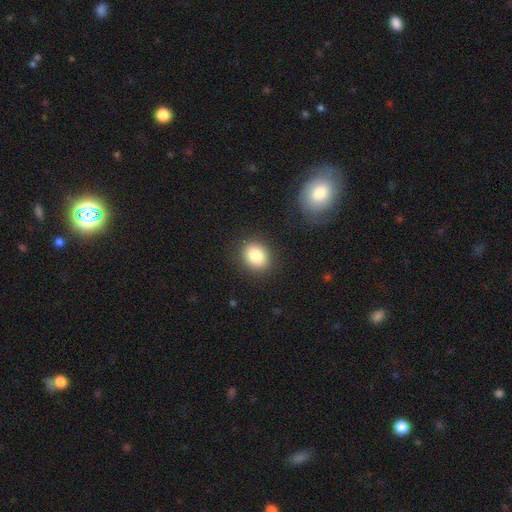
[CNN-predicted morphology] smooth-or-featured: smooth: 84% | star or artifact: 9% | featured or disk: 7%
  how-rounded: round: 55% | in between: 44% | cigar-shaped: 1%
  merging: none: 88% | minor disturbance: 8% | major disturbance: 3% | merger: 1%